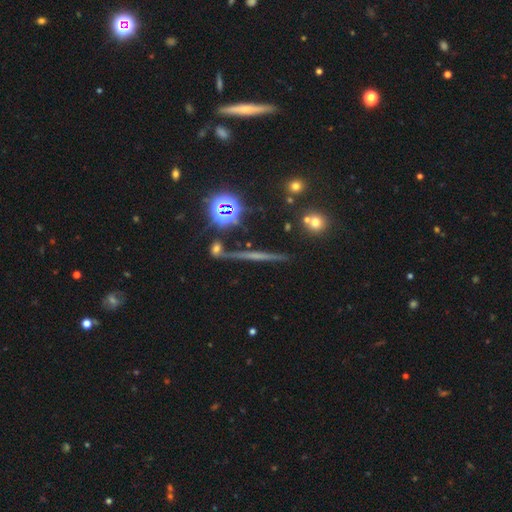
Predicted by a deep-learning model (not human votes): Morphology: type=featured or disk (55%); edge-on=yes (95%); edge-on bulge=none (68%); merging=none (82%).